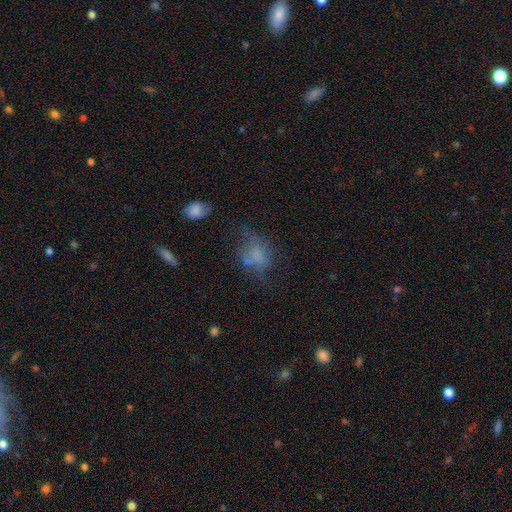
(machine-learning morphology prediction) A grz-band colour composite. It shows a smooth galaxy with no disk features (55%) that is in between round and cigar-shaped (65%). Merging: none (41%).